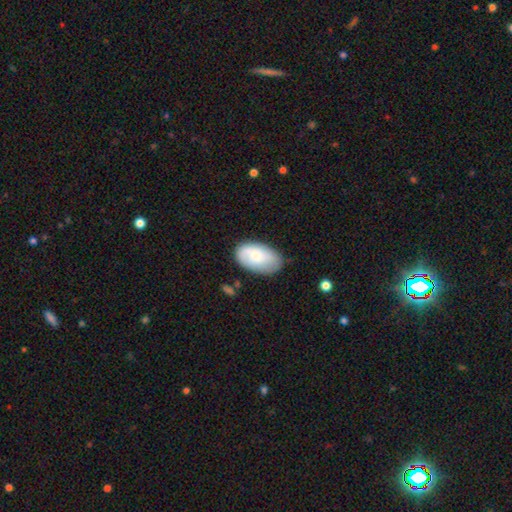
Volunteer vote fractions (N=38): Smooth or featured? 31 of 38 (82%) said smooth. How rounded? 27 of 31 (87%) said in between. Merging? 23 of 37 (62%) said none.